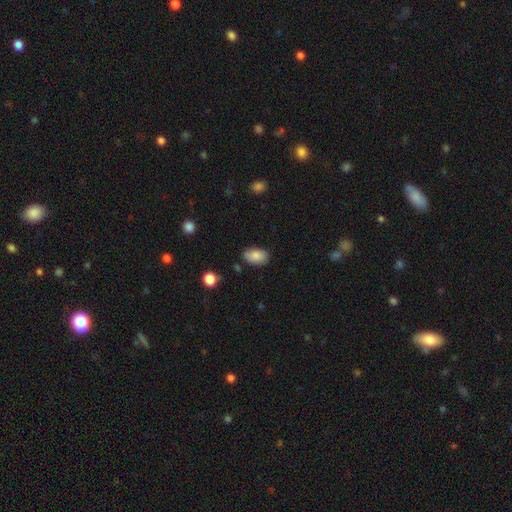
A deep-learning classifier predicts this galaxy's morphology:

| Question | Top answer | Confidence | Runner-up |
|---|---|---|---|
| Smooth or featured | smooth | 85% | featured or disk (8%) |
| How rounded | in between | 90% | round (8%) |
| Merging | none | 76% | minor disturbance (18%) |